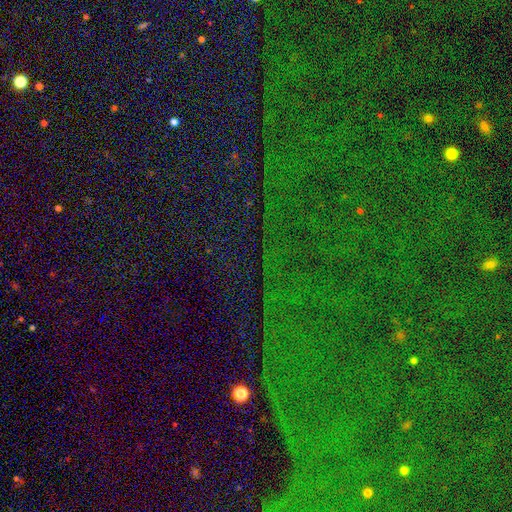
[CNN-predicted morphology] Smooth or featured?
  - star or artifact: 85% *
  - smooth: 8%
  - featured or disk: 8%